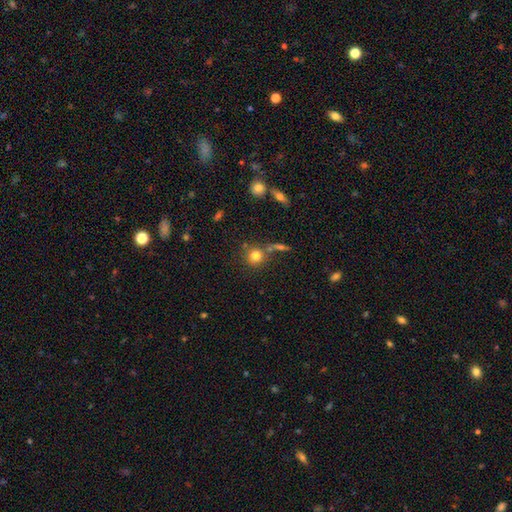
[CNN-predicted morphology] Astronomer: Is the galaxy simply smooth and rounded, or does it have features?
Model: smooth — 79%.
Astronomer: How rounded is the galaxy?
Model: round — 89%.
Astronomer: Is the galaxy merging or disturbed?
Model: none — 67%.